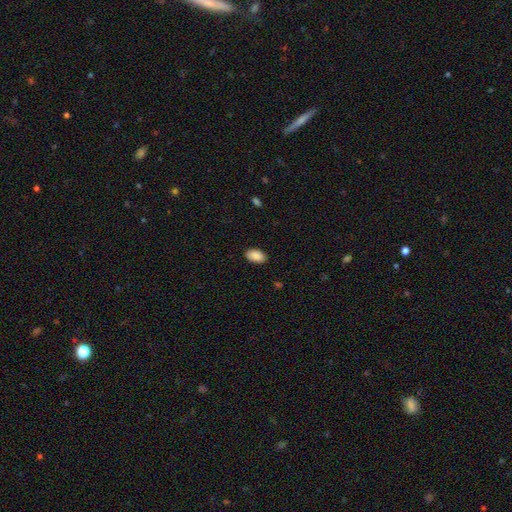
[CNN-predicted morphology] Smooth or featured? Predicted: smooth (p=0.90). How rounded? Predicted: in between (p=0.94). Merging? Predicted: none (p=0.88).